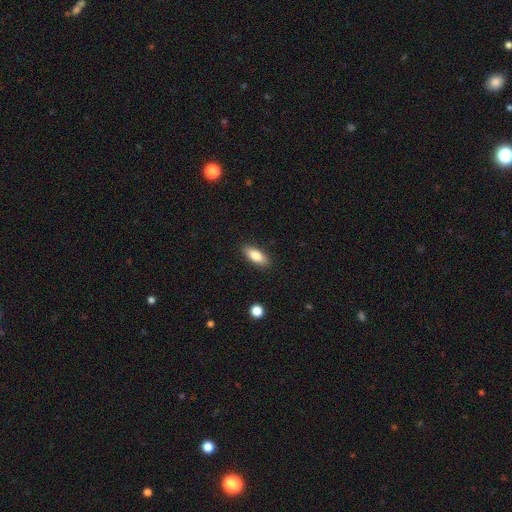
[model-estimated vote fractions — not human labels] Overall: smooth (81%). How rounded: in between (78%). Merging: none (88%).